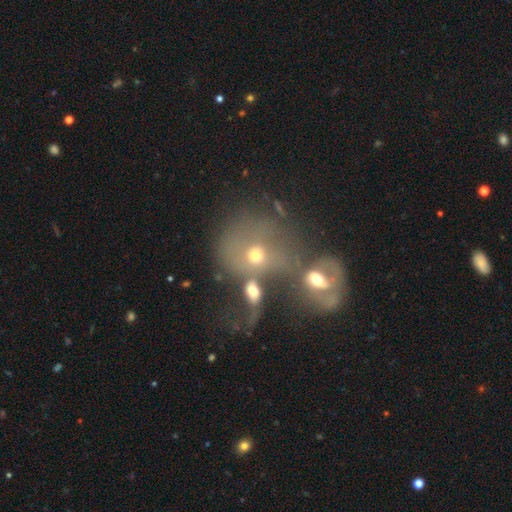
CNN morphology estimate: type=smooth (47%); merging=merger (70%).